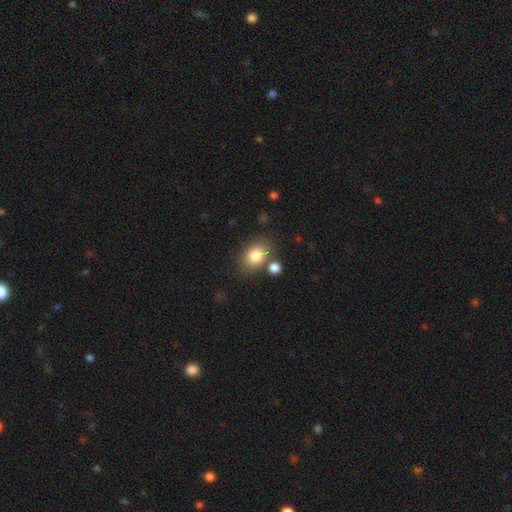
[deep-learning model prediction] Q: Smooth or featured?
A: smooth (82%); runner-up: star or artifact (9%)
Q: How rounded?
A: in between (62%); runner-up: round (36%)
Q: Merging?
A: none (69%); runner-up: minor disturbance (14%)